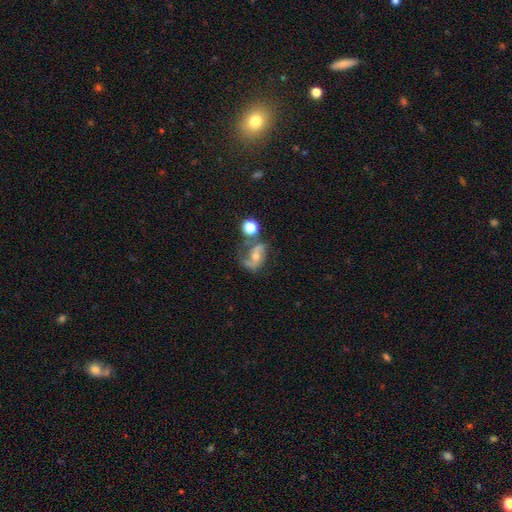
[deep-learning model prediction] Overall: featured or disk (71%). Edge-on disk: no (97%). Bar: no (52%; weak 34%). Spiral arms: yes (89%). Spiral arm count: 2 (79%). Spiral winding: loose (45%; medium 41%). Bulge size: moderate (54%; small 39%). Merging: none (48%; minor disturbance 20%).